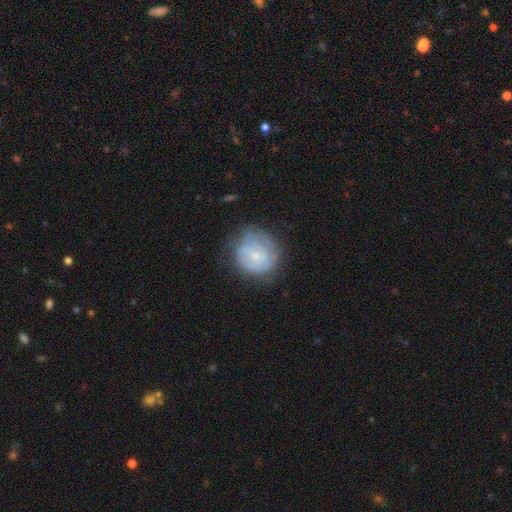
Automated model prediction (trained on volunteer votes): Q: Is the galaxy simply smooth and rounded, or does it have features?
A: featured or disk — 55%.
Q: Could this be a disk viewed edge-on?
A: no — 98%.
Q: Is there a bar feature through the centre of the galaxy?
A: no — 76%.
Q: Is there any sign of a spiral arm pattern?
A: yes — 71%.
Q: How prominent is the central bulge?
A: small — 71%.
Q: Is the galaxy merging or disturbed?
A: none — 62%.